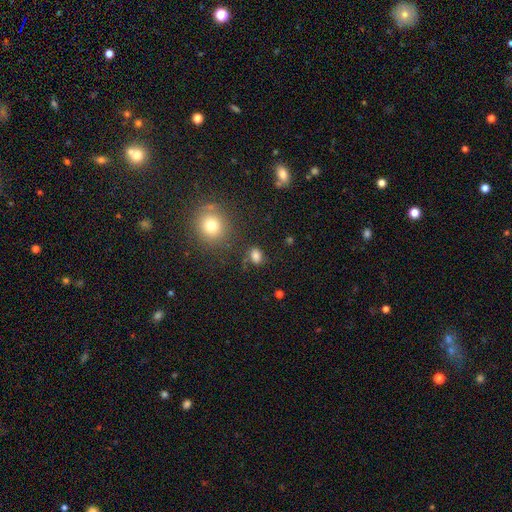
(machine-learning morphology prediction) smooth 79%, star or artifact 15%, featured or disk 6%. Down the decision tree: how rounded — in between (68%); merging — none (74%).